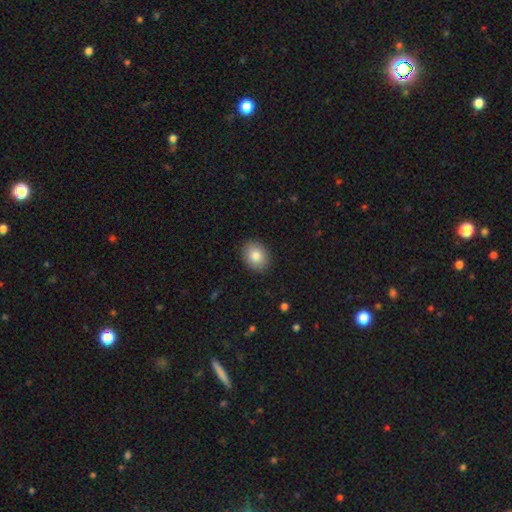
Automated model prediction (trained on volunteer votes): smooth_or_featured: smooth (p=0.84) [alt: featured or disk p=0.08]
how_rounded: in between (p=0.55) [alt: round p=0.44]
merging: none (p=0.90) [alt: minor disturbance p=0.07]